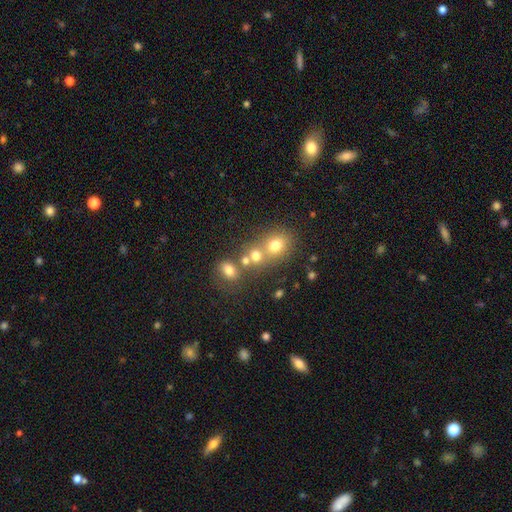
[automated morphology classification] Smooth or featured?
  - smooth: 70% *
  - star or artifact: 16%
  - featured or disk: 14%
How rounded?
  - round: 67% *
  - in between: 32%
  - cigar-shaped: 1%
Merging?
  - merger: 47% *
  - none: 40%
  - minor disturbance: 9%
  - major disturbance: 5%